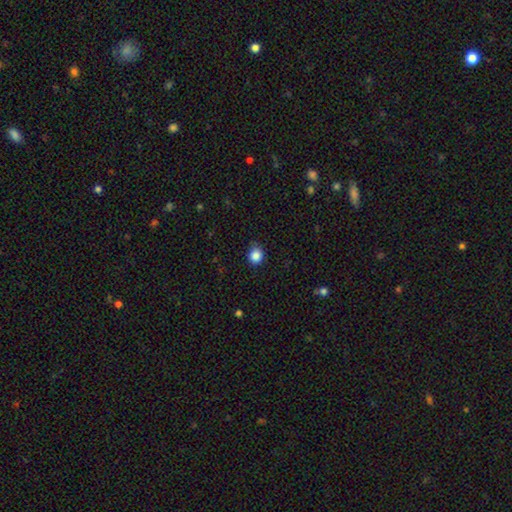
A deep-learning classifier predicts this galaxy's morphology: smooth-or-featured: smooth: 86% | star or artifact: 11% | featured or disk: 3%
  how-rounded: round: 82% | in between: 17% | cigar-shaped: 1%
  merging: none: 80% | minor disturbance: 16% | major disturbance: 3% | merger: 1%